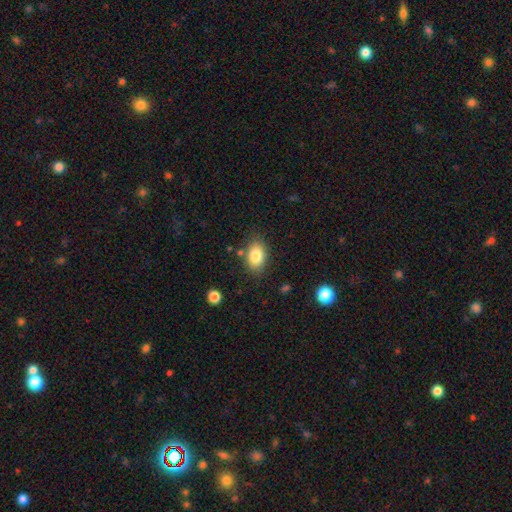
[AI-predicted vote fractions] Smooth or featured? Predicted: smooth (p=0.82). How rounded? Predicted: in between (p=0.84). Merging? Predicted: none (p=0.81).